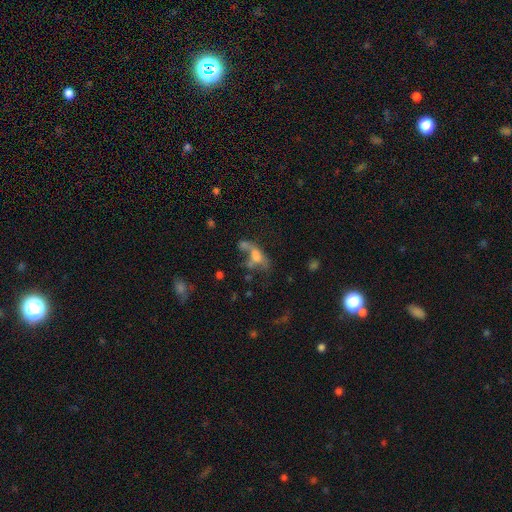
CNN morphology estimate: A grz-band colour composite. It shows a smooth galaxy with no disk features (46%). Merging: merger (36%).